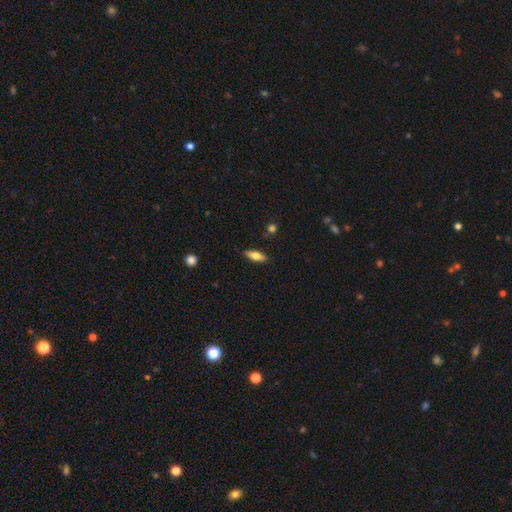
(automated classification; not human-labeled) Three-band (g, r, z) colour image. It shows a smooth galaxy with no disk features (65%) that is in between round and cigar-shaped (66%). Merging: none (87%).